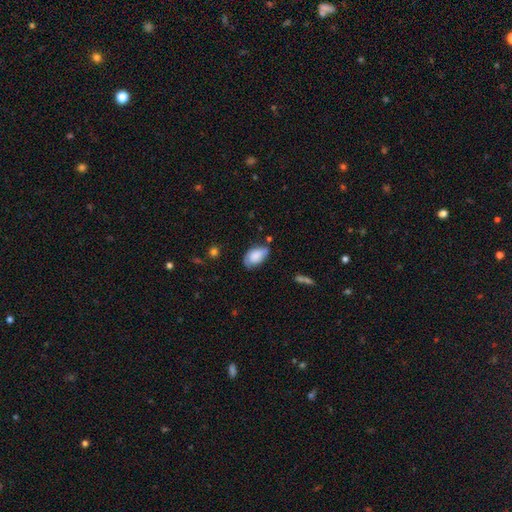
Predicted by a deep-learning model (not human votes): The model was most divided on "merging": none: 53%, minor disturbance: 34%, major disturbance: 8%, merger: 5%. More confident: how rounded — in between (92%); smooth or featured — smooth (74%).